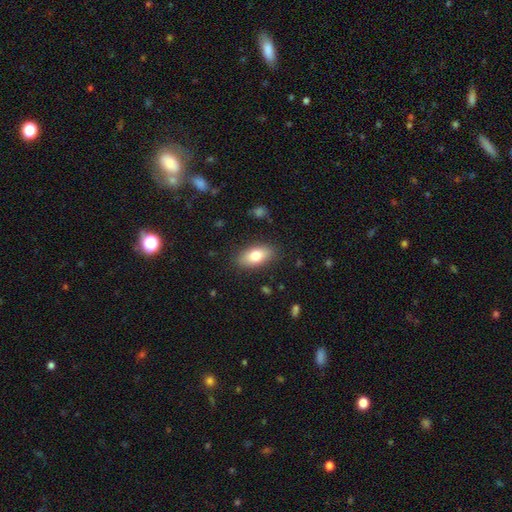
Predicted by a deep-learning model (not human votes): This is likely a smooth galaxy (77%). How rounded: clearly in between (89%). Merging: clearly none (86%).